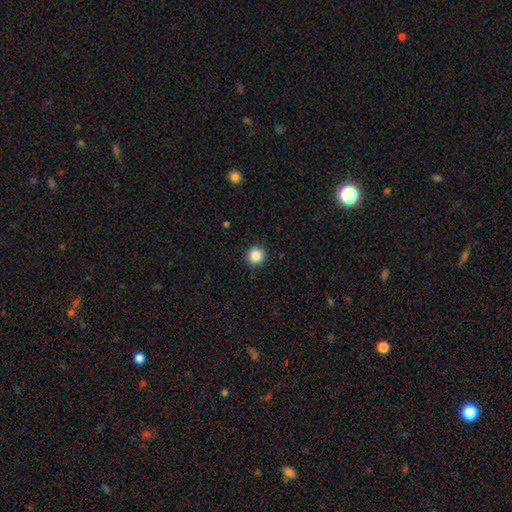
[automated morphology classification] smooth_or_featured: smooth (p=0.88) [alt: star or artifact p=0.10]
how_rounded: round (p=0.95) [alt: in between p=0.05]
merging: none (p=0.92) [alt: minor disturbance p=0.06]